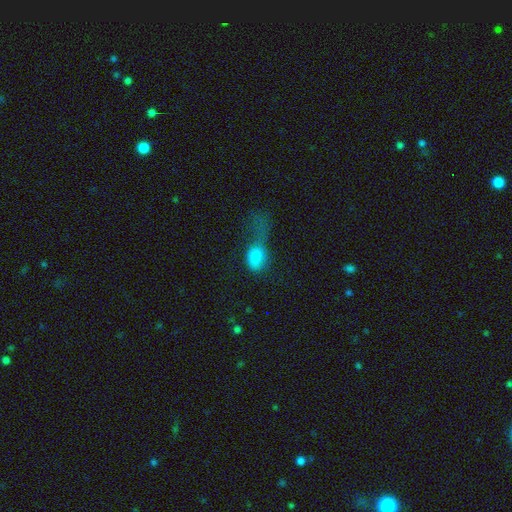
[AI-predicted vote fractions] Morphology: type=smooth (76%); roundness=in between (71%); merging=major disturbance (62%).